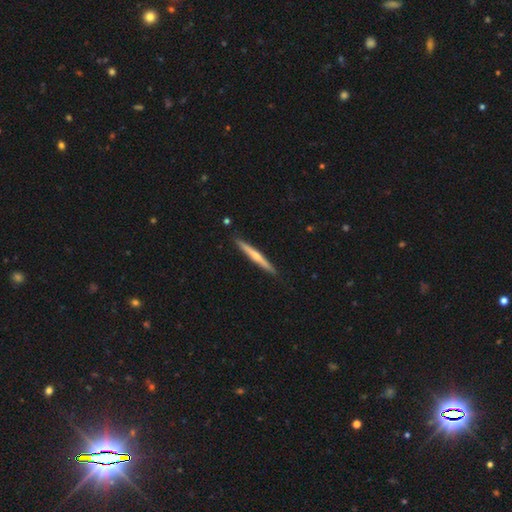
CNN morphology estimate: Smooth or featured?
  - featured or disk: 57% *
  - smooth: 38%
  - star or artifact: 5%
Edge-on disk?
  - yes: 97% *
  - no: 3%
Edge-on bulge?
  - rounded: 69% *
  - none: 26%
  - boxy: 4%
Merging?
  - none: 91% *
  - minor disturbance: 7%
  - merger: 1%
  - major disturbance: 1%